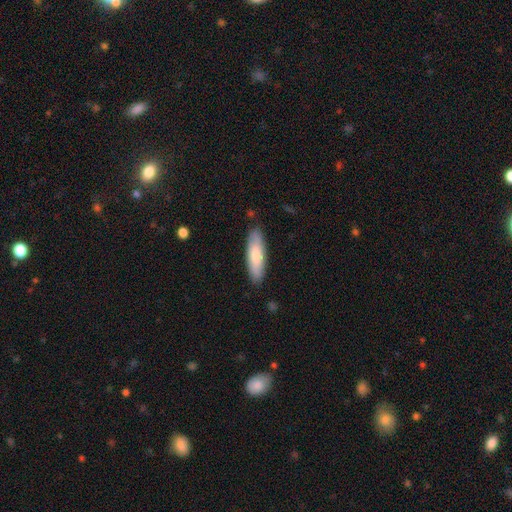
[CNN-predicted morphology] Q: Smooth or featured?
A: smooth (75%); runner-up: featured or disk (20%)
Q: How rounded?
A: cigar-shaped (57%); runner-up: in between (41%)
Q: Merging?
A: none (86%); runner-up: minor disturbance (11%)